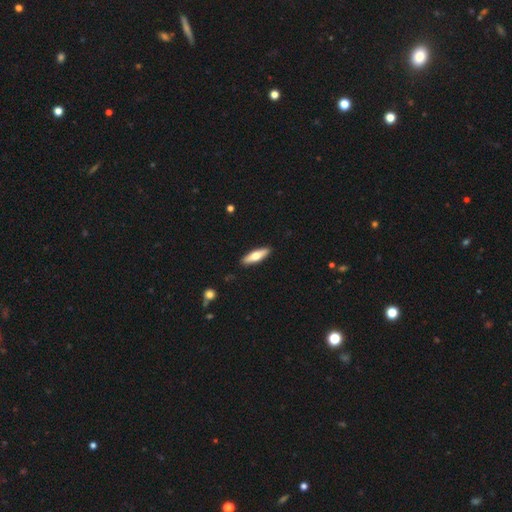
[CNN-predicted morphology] Smooth or featured? smooth (57%)
How rounded? cigar-shaped (62%)
Merging? none (90%)